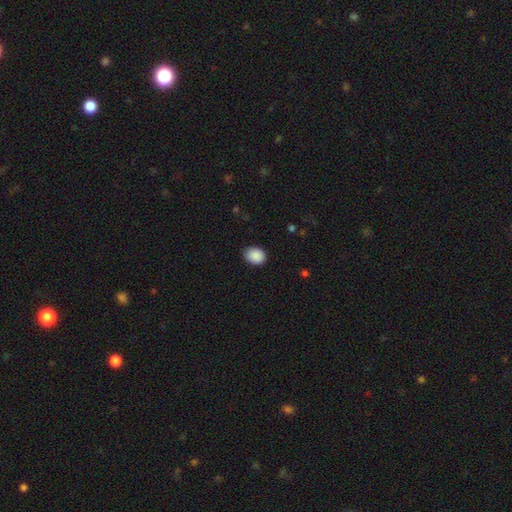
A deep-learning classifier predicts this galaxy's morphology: This appears to be a smooth galaxy with no disk features (89%) that is in between round and cigar-shaped (64%). Merging: none (80%).